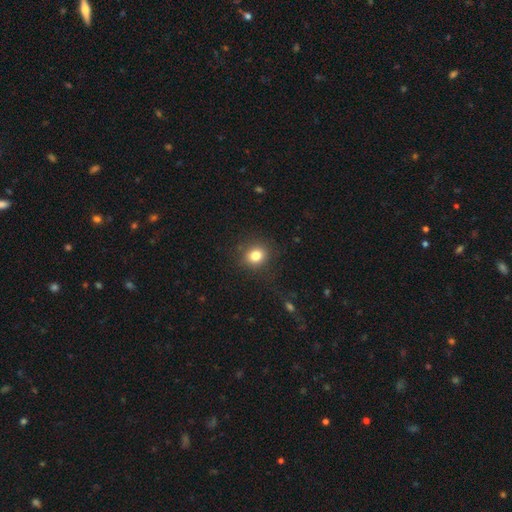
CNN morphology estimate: smooth 81%, star or artifact 12%, featured or disk 7%. Down the decision tree: how rounded — round (76%); merging — none (86%).